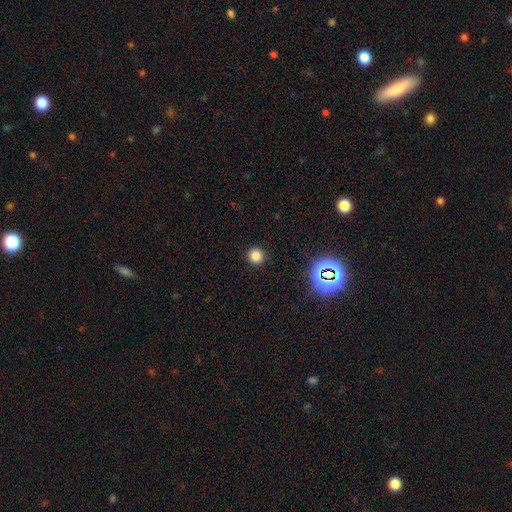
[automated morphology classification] The model was most divided on "smooth or featured": smooth: 81%, star or artifact: 15%, featured or disk: 4%. More confident: how rounded — round (94%); merging — none (92%).